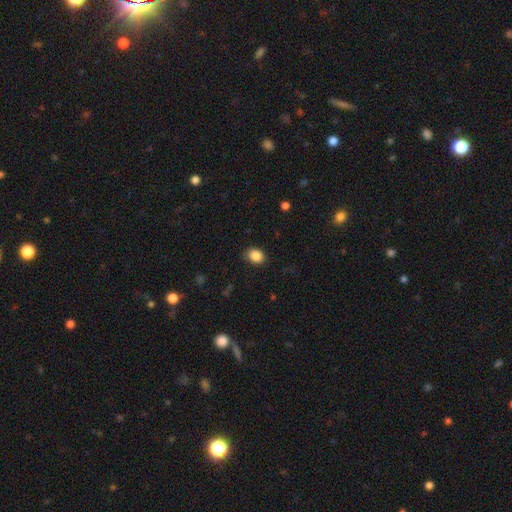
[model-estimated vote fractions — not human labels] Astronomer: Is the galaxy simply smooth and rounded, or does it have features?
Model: smooth — 87%.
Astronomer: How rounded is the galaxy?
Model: in between — 59% (runner-up: round, 41%).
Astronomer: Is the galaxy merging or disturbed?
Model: none — 83%.